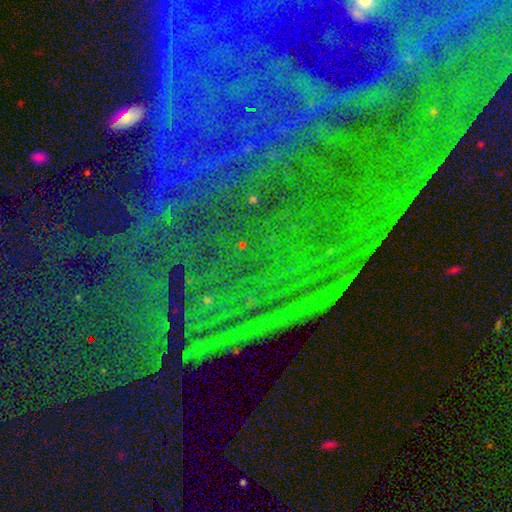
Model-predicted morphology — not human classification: The model was most divided on "smooth or featured": star or artifact: 82%, featured or disk: 10%, smooth: 8%.